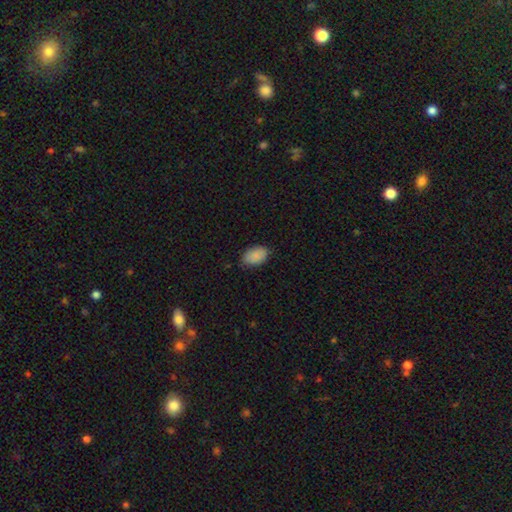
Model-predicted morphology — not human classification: Overall: smooth (89%). How rounded: in between (92%). Merging: none (78%).